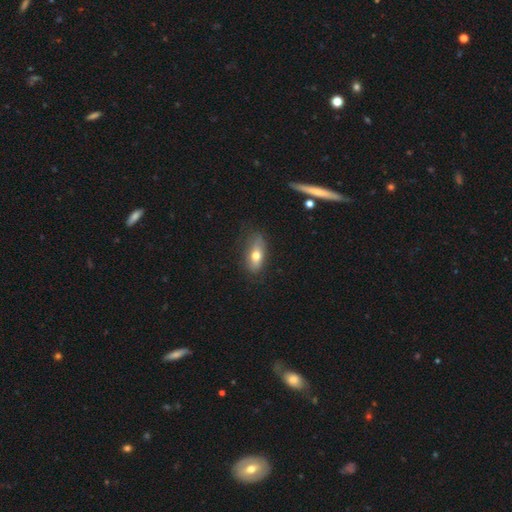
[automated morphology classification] smooth 65%, featured or disk 28%, star or artifact 8%. Down the decision tree: how rounded — in between (80%); merging — none (66%).